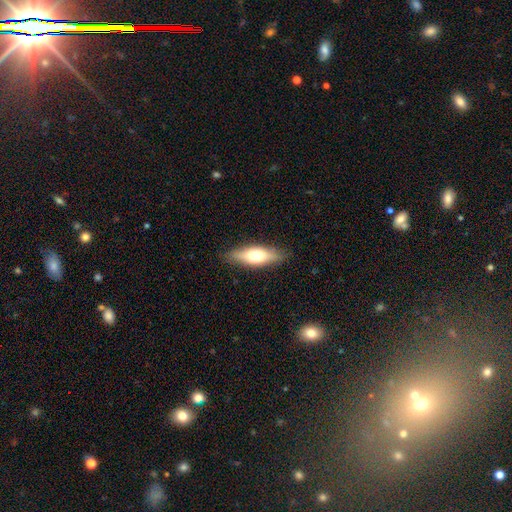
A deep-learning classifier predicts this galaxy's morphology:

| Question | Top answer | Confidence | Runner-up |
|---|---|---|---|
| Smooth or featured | smooth | 59% | featured or disk (35%) |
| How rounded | in between | 54% | cigar-shaped (43%) |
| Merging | none | 86% | minor disturbance (11%) |